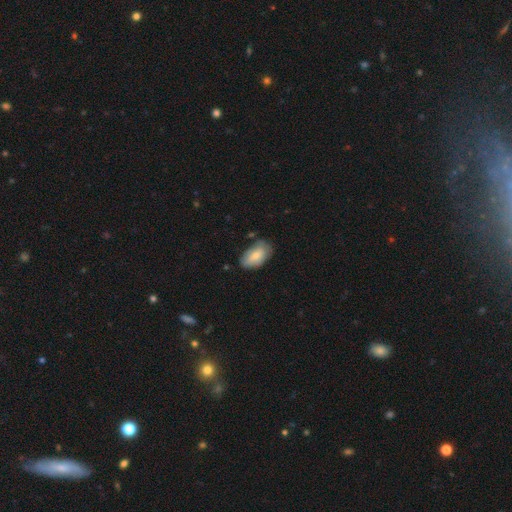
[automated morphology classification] Smooth or featured? smooth (77%)
How rounded? in between (94%)
Merging? none (67%)